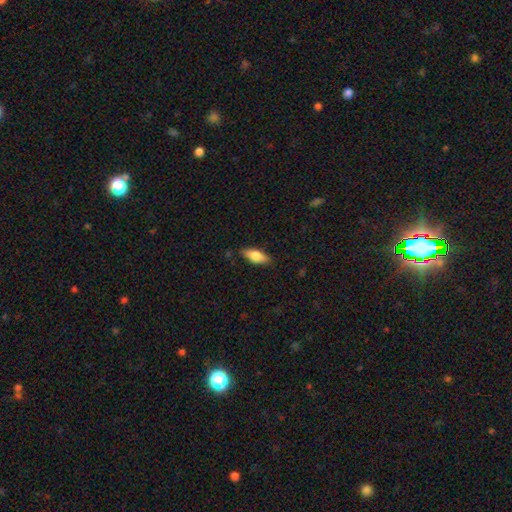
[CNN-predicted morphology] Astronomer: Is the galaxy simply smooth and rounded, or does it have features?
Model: smooth — 74%.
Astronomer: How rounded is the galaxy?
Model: in between — 73%.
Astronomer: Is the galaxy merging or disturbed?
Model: none — 85%.